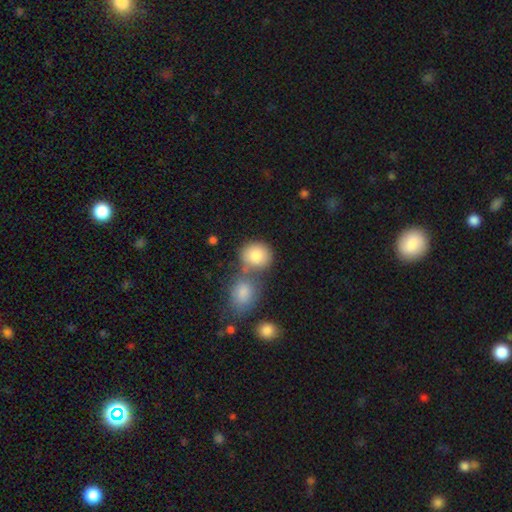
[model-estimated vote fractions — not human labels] Smooth or featured? smooth (85%)
How rounded? round (75%)
Merging? none (50%)